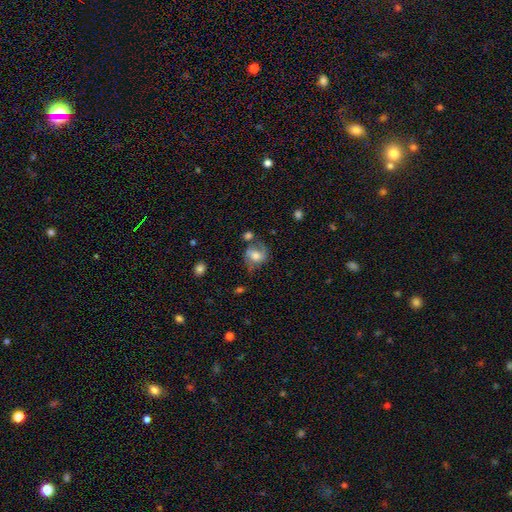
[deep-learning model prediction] Smooth or featured? smooth (47%)
Merging? none (48%)